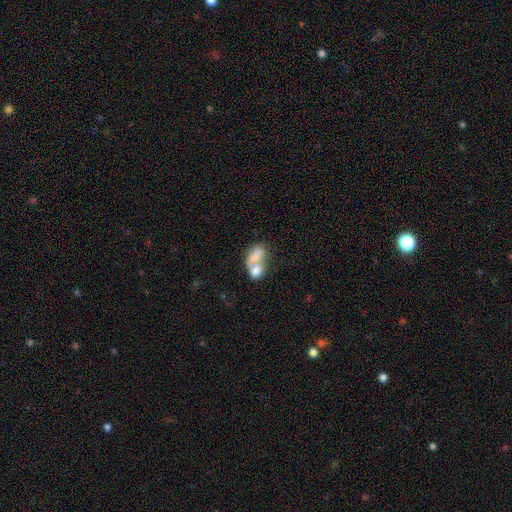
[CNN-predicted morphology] A smooth galaxy with no disk features (71%) that is in between round and cigar-shaped (81%).

Vote fractions:
- Smooth or featured? smooth: 71% / featured or disk: 21% / star or artifact: 9%
- How rounded? in between: 81% / round: 16% / cigar-shaped: 3%
- Merging? merger: 71% / none: 15% / major disturbance: 7% / minor disturbance: 7%